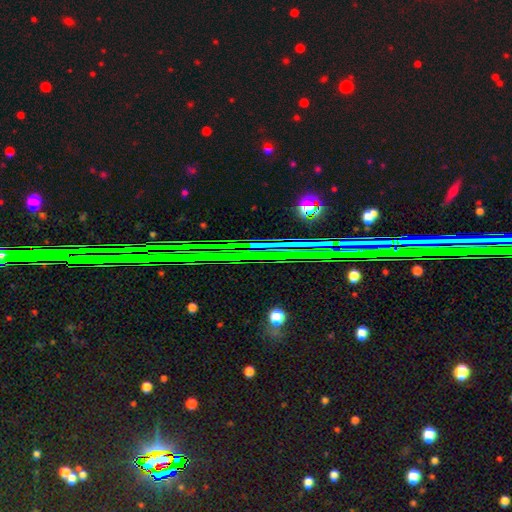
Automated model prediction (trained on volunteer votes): This appears to be a star or artifact, not a galaxy (81%).